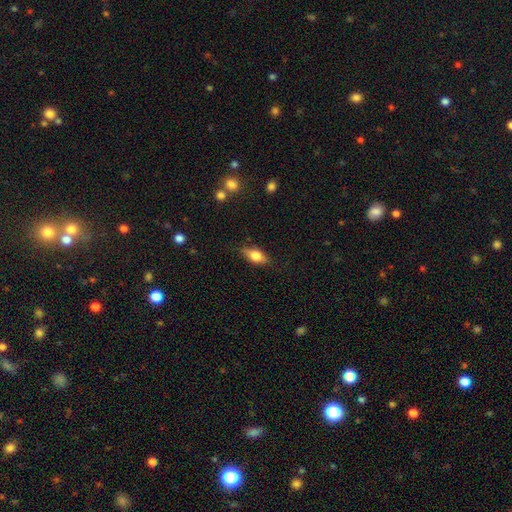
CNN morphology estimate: This appears to be a smooth galaxy with no disk features (73%) that is in between round and cigar-shaped (81%). Merging: none (80%).